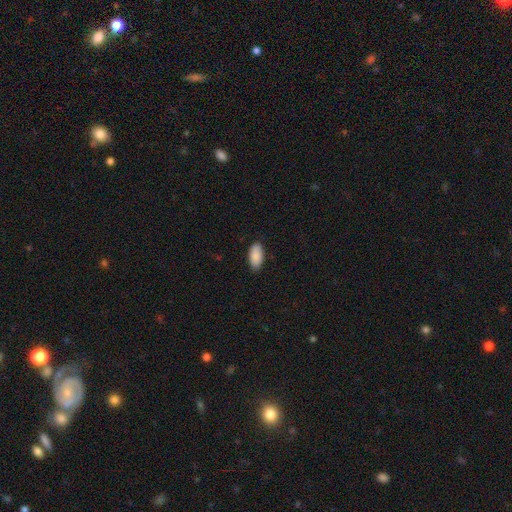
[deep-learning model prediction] This is clearly a smooth galaxy (90%). How rounded: clearly in between (94%). Merging: clearly none (86%).